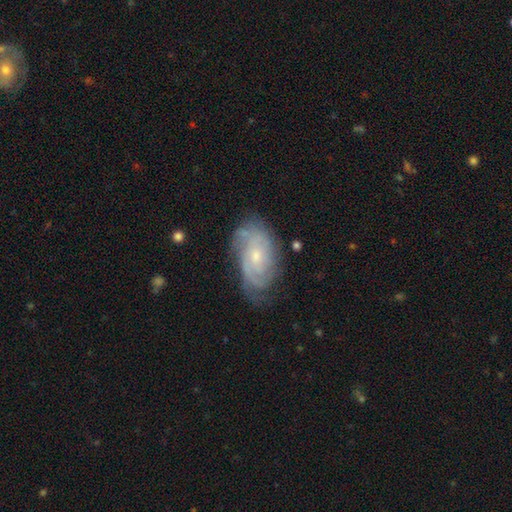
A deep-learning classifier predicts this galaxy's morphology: Q: Smooth or featured?
A: featured or disk (78%); runner-up: smooth (16%)
Q: Edge-on disk?
A: no (95%); runner-up: yes (5%)
Q: Bar?
A: no (70%); runner-up: weak (26%)
Q: Spiral arms?
A: yes (92%); runner-up: no (8%)
Q: Spiral winding?
A: tight (63%); runner-up: medium (29%)
Q: Spiral arm count?
A: can't tell (41%); runner-up: 2 (29%)
Q: Bulge size?
A: small (62%); runner-up: moderate (33%)
Q: Merging?
A: none (66%); runner-up: minor disturbance (24%)